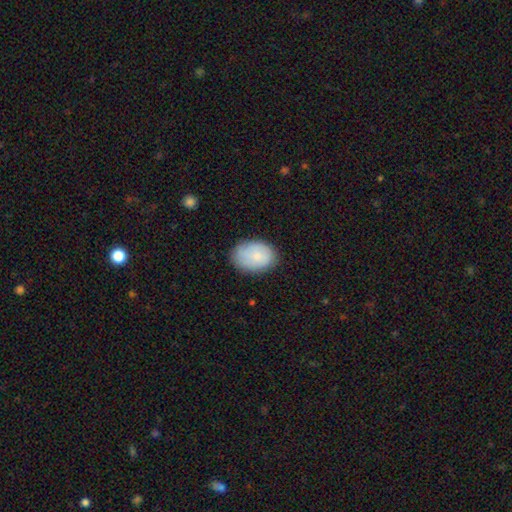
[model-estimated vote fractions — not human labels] Q: Smooth or featured?
A: smooth (80%); runner-up: featured or disk (14%)
Q: How rounded?
A: in between (81%); runner-up: round (19%)
Q: Merging?
A: none (77%); runner-up: minor disturbance (18%)